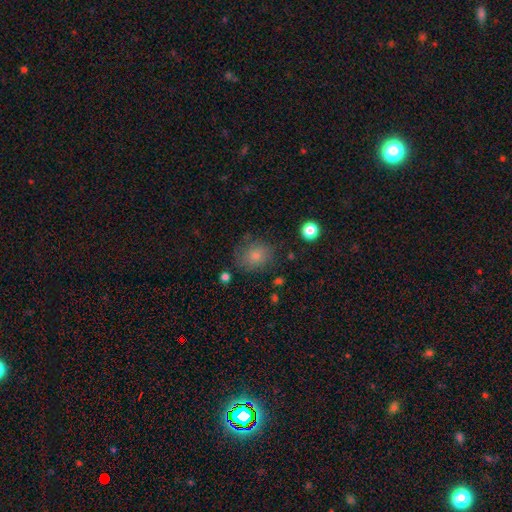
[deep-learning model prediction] Smooth or featured? smooth (72%)
How rounded? round (70%)
Merging? none (77%)